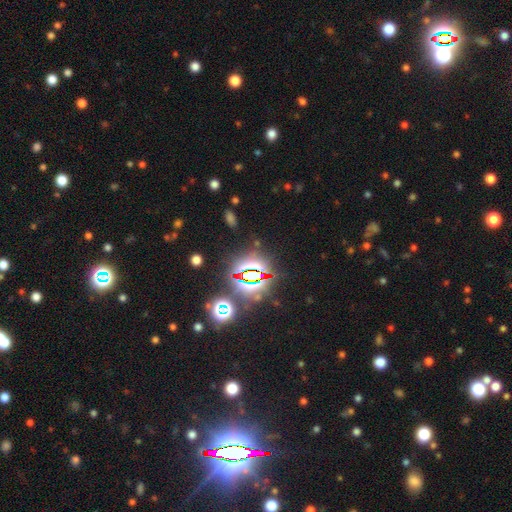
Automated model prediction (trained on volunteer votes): A star or artifact, not a galaxy (84%).

Vote fractions:
- Smooth or featured? star or artifact: 84% / smooth: 9% / featured or disk: 7%